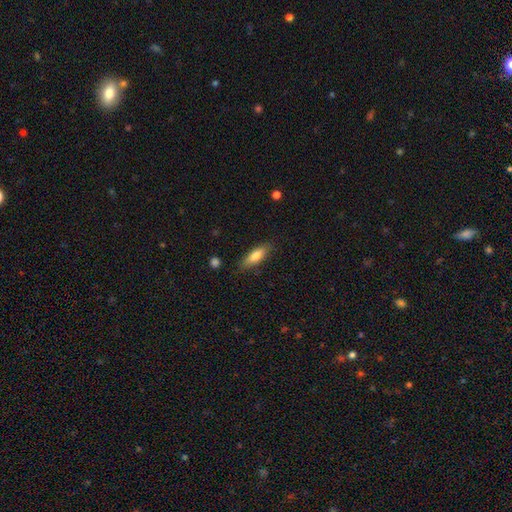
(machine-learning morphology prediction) Smooth or featured?
  - smooth: 74% *
  - featured or disk: 19%
  - star or artifact: 6%
How rounded?
  - cigar-shaped: 50% *
  - in between: 48%
  - round: 2%
Merging?
  - none: 84% *
  - minor disturbance: 12%
  - major disturbance: 3%
  - merger: 2%